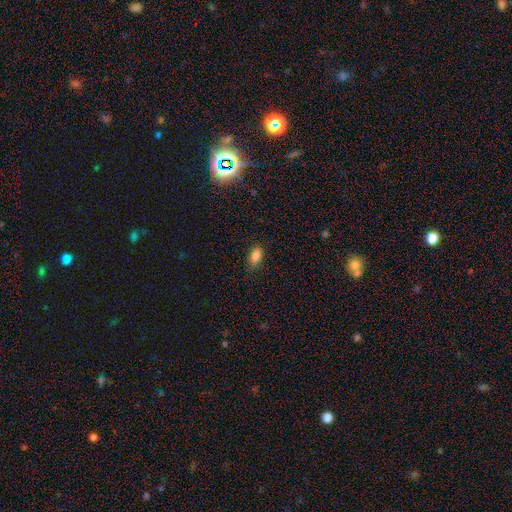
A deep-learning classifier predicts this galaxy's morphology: Q: Smooth or featured?
A: smooth (86%); runner-up: star or artifact (10%)
Q: How rounded?
A: in between (89%); runner-up: round (7%)
Q: Merging?
A: none (83%); runner-up: minor disturbance (14%)